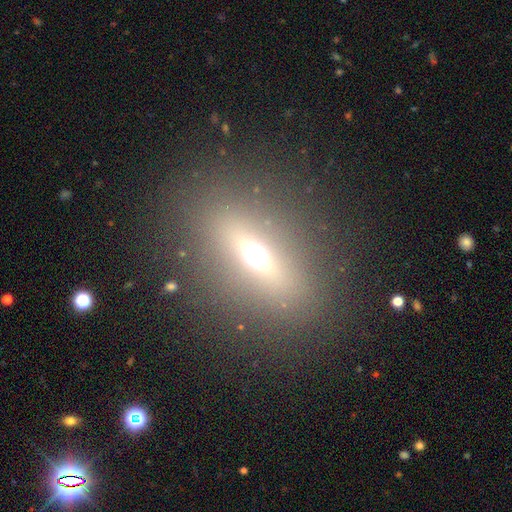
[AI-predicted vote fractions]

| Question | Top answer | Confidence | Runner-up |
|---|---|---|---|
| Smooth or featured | smooth | 41% | featured or disk (37%) |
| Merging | none | 84% | minor disturbance (8%) |